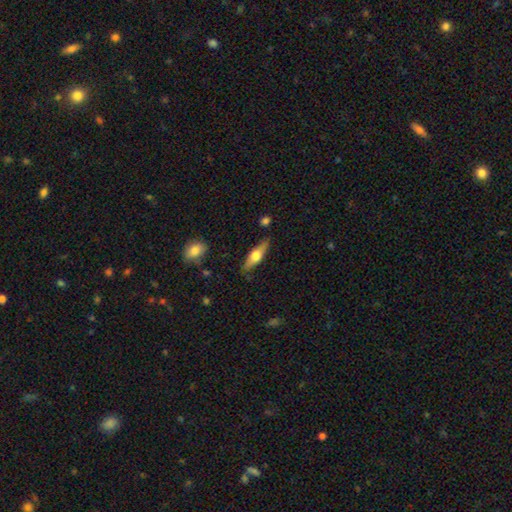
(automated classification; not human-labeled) Smooth or featured: smooth — 53% (featured or disk — 41%)
How rounded: cigar-shaped — 50% (in between — 47%)
Merging: none — 82% (minor disturbance — 14%)